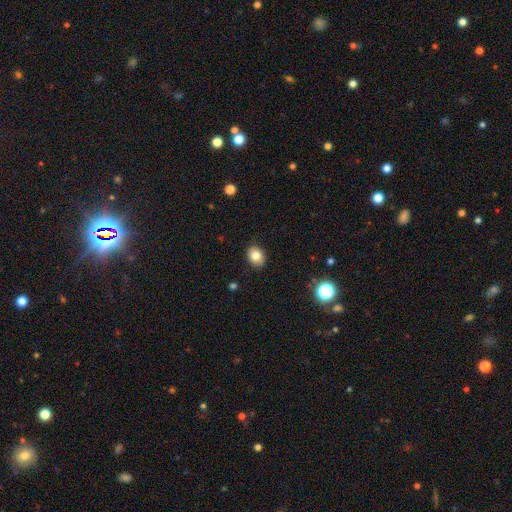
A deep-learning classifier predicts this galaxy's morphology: The model was most divided on "how rounded": in between: 60%, round: 39%, cigar-shaped: 1%. More confident: merging — none (87%); smooth or featured — smooth (81%).